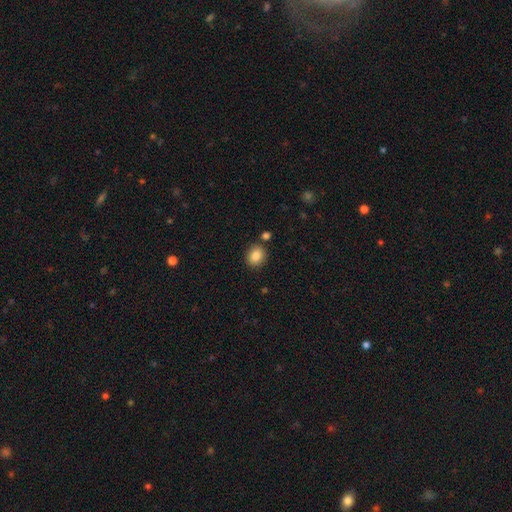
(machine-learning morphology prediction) Q: Smooth or featured?
A: smooth (85%); runner-up: star or artifact (9%)
Q: How rounded?
A: round (66%); runner-up: in between (33%)
Q: Merging?
A: none (84%); runner-up: minor disturbance (8%)